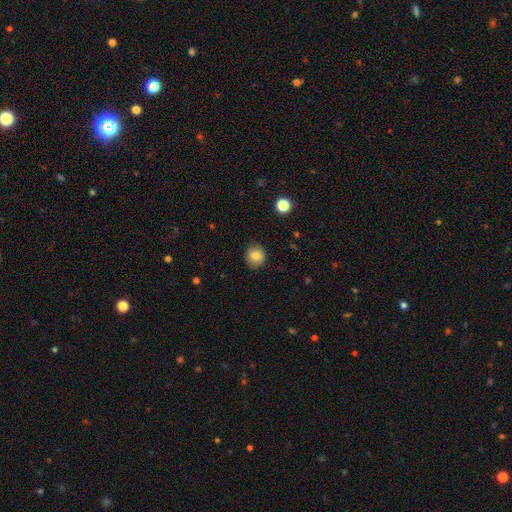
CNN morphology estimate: Smooth or featured?
  - smooth: 81% *
  - star or artifact: 10%
  - featured or disk: 9%
How rounded?
  - round: 80% *
  - in between: 19%
  - cigar-shaped: 1%
Merging?
  - none: 84% *
  - minor disturbance: 12%
  - major disturbance: 3%
  - merger: 1%